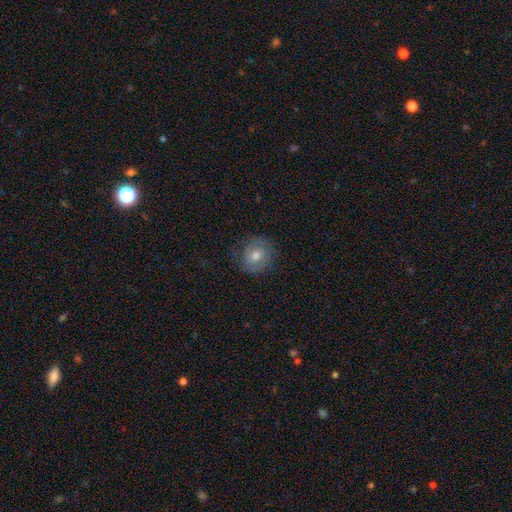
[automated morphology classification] Smooth or featured?
  - smooth: 53% *
  - featured or disk: 39%
  - star or artifact: 8%
How rounded?
  - round: 75% *
  - in between: 24%
  - cigar-shaped: 1%
Merging?
  - none: 77% *
  - minor disturbance: 16%
  - major disturbance: 6%
  - merger: 1%